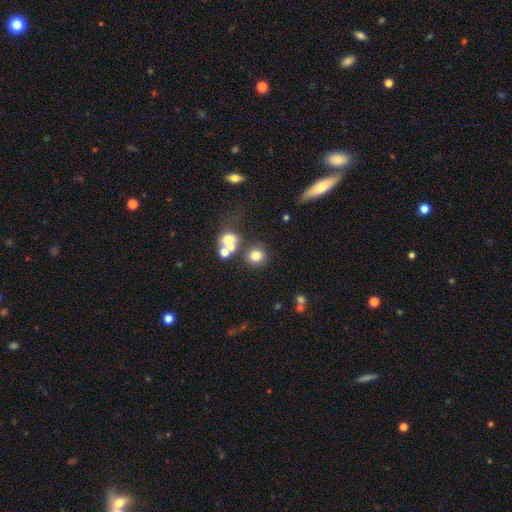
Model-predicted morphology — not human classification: Overall: smooth (75%). How rounded: round (85%). Merging: none (67%).